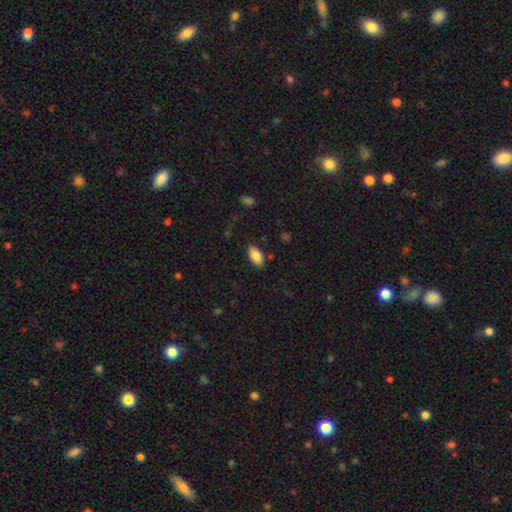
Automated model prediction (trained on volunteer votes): A smooth galaxy with no disk features (83%) that is in between round and cigar-shaped (92%).

Vote fractions:
- Smooth or featured? smooth: 83% / featured or disk: 10% / star or artifact: 7%
- How rounded? in between: 92% / cigar-shaped: 6% / round: 2%
- Merging? none: 84% / minor disturbance: 11% / major disturbance: 3% / merger: 2%